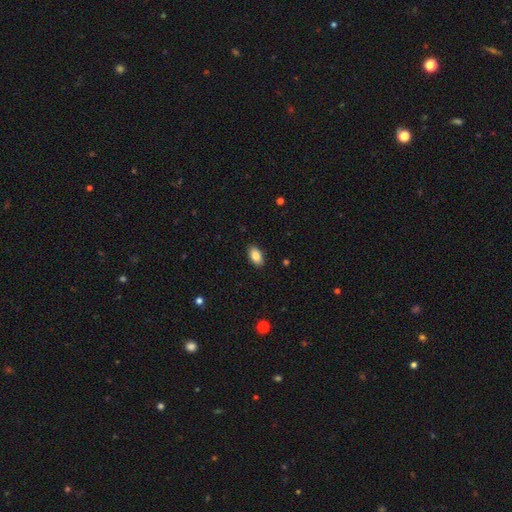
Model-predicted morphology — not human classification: A smooth galaxy with no disk features (85%) that is in between round and cigar-shaped (93%). Merging: none (89%).